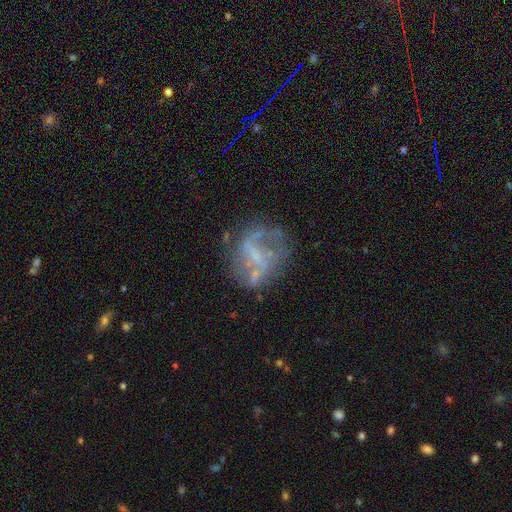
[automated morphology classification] This is likely a featured or disk galaxy (69%). It is clearly not viewed edge-on (97%). Bar: marginally weak (39%). Spiral arm pattern: possibly yes (55%). Central bulge: possibly none (51%). Merging: possibly none (58%).